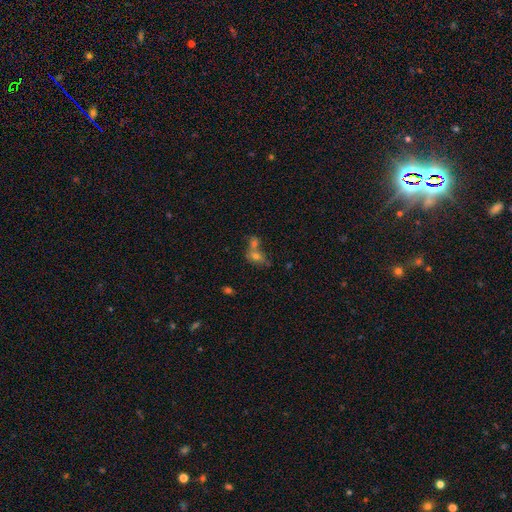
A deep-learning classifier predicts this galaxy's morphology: The model was most divided on "merging": merger: 57%, none: 27%, minor disturbance: 9%, major disturbance: 7%. More confident: how rounded — in between (64%); smooth or featured — smooth (58%).